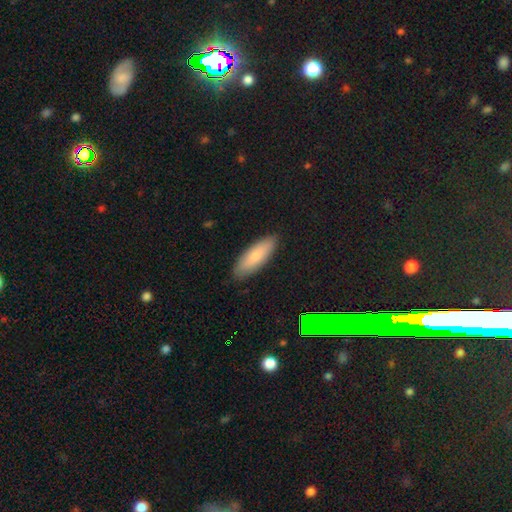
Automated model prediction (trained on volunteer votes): A smooth galaxy with no disk features (78%) that is in between round and cigar-shaped (61%). Merging: none (87%).